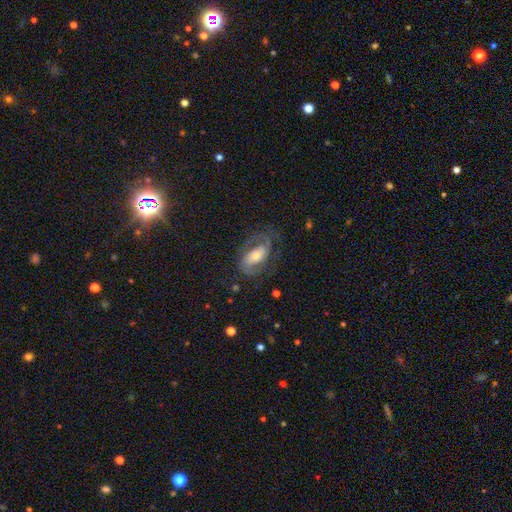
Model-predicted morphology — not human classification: smooth-or-featured: featured or disk: 74% | smooth: 19% | star or artifact: 7%
  disk-edge-on: no: 95% | yes: 5%
    bar: no: 43% | weak: 33% | strong: 24%
    has-spiral-arms: yes: 88% | no: 12%
      spiral-winding: medium: 48% | tight: 30% | loose: 22%
      spiral-arm-count: 2: 80% | can't tell: 9% | 1: 7% | 3: 2% | 4: 1% | more than 4: 1%
    bulge-size: moderate: 50% | small: 38% | large: 9% | none: 2% | dominant: 2%
  merging: none: 63% | major disturbance: 18% | minor disturbance: 17% | merger: 2%